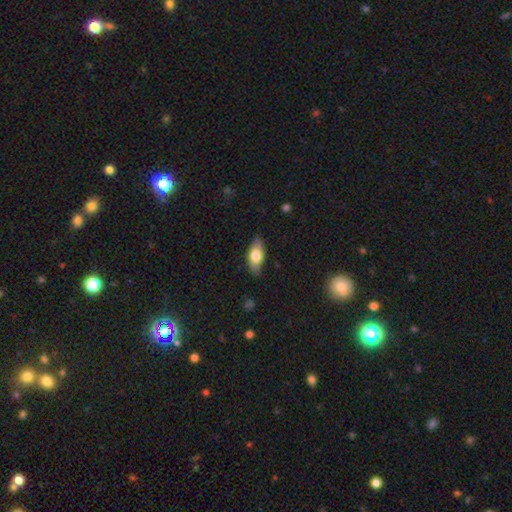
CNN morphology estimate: Q: Smooth or featured?
A: smooth (72%); runner-up: featured or disk (22%)
Q: How rounded?
A: in between (87%); runner-up: cigar-shaped (10%)
Q: Merging?
A: none (81%); runner-up: minor disturbance (15%)